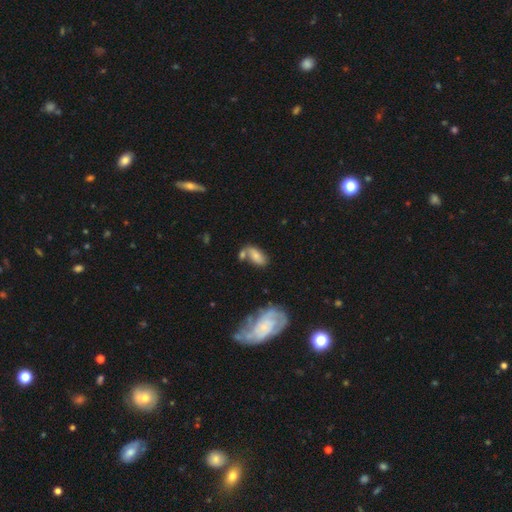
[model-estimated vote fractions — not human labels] A smooth galaxy with no disk features (61%) that is in between round and cigar-shaped (88%).

Vote fractions:
- Smooth or featured? smooth: 61% / featured or disk: 29% / star or artifact: 10%
- How rounded? in between: 88% / cigar-shaped: 7% / round: 5%
- Merging? none: 49% / merger: 23% / minor disturbance: 19% / major disturbance: 9%